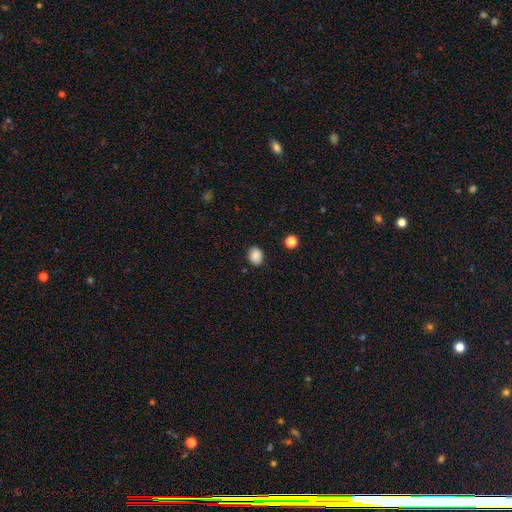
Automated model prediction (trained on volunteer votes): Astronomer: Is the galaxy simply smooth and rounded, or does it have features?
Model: smooth — 88%.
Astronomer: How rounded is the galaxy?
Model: in between — 54% (runner-up: round, 45%).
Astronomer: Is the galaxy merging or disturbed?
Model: none — 86%.